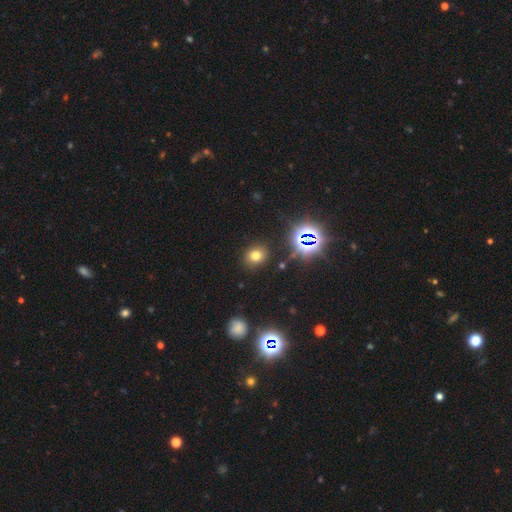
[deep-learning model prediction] Q: Smooth or featured?
A: smooth (68%); runner-up: star or artifact (23%)
Q: How rounded?
A: round (63%); runner-up: in between (35%)
Q: Merging?
A: none (86%); runner-up: minor disturbance (9%)